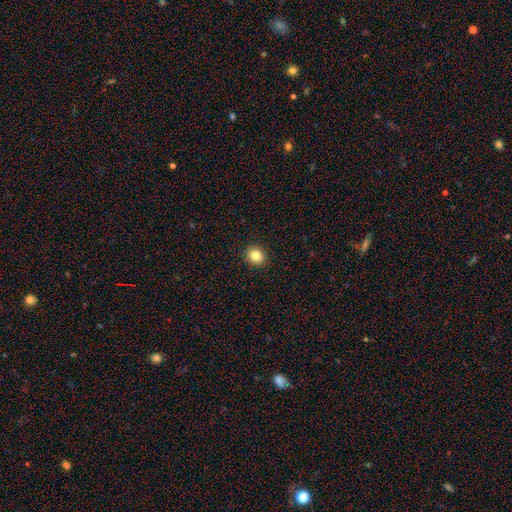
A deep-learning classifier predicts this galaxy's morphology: This is clearly a smooth galaxy (84%). How rounded: likely round (69%). Merging: clearly none (92%).